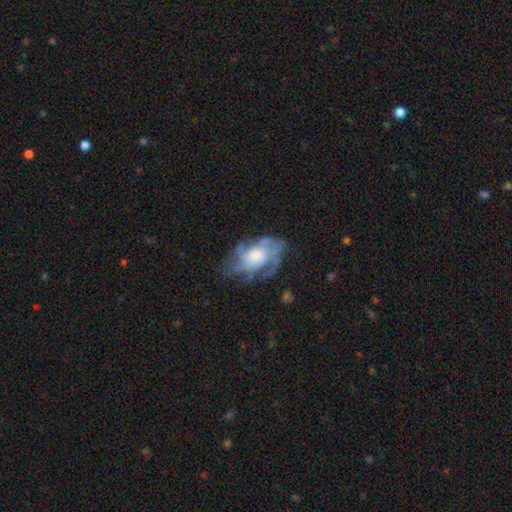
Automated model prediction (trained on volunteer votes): Smooth or featured? Predicted: featured or disk (p=0.75). Edge-on disk? Predicted: no (p=0.96). Bar? Predicted: no (p=0.71). Spiral arms? Predicted: yes (p=0.89). Spiral winding? Predicted: medium (p=0.43). Spiral arm count? Predicted: can't tell (p=0.32). Bulge size? Predicted: moderate (p=0.44). Merging? Predicted: none (p=0.58).